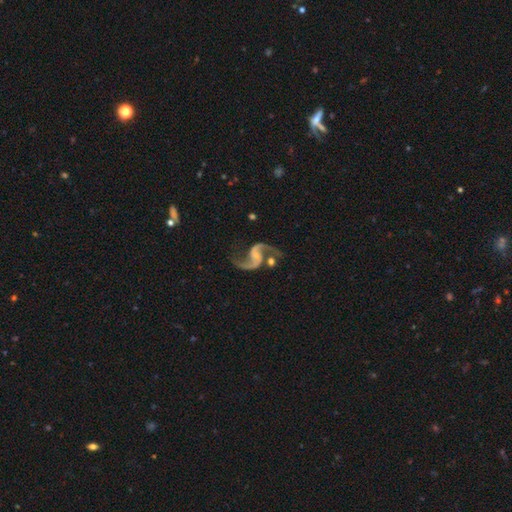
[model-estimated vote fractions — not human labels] The model was most divided on "bar": no: 52%, weak: 36%, strong: 12%. More confident: edge-on disk — no (98%); spiral arms — yes (98%); spiral arm count — 2 (94%); smooth or featured — featured or disk (93%); spiral winding — loose (69%); merging — none (63%); bulge size — small (50%).